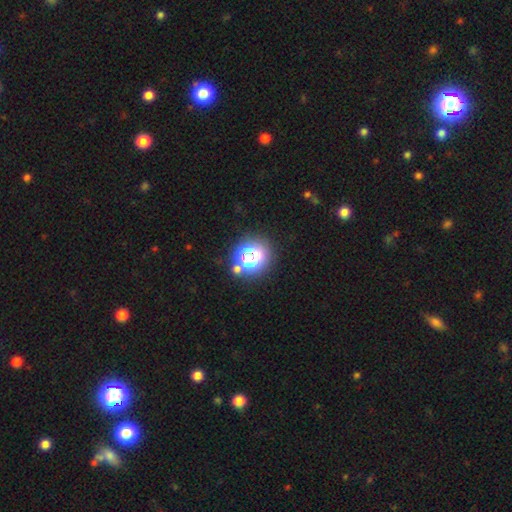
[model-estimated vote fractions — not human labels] Overall: smooth (48%; star or artifact 35%). Merging: none (61%).